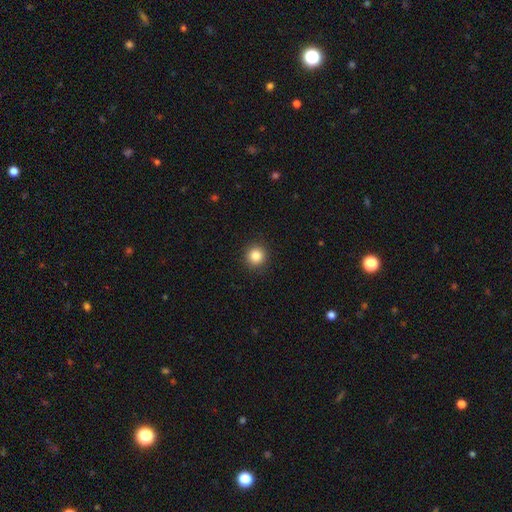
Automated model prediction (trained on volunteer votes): Smooth or featured? Predicted: smooth (p=0.85). How rounded? Predicted: round (p=0.94). Merging? Predicted: none (p=0.92).